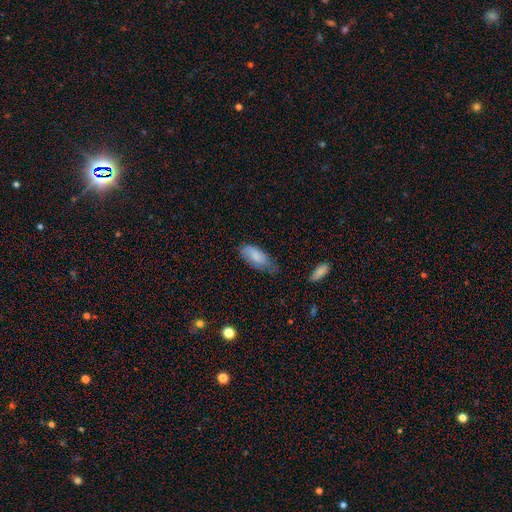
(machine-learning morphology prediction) The model was most divided on "merging": none: 45%, minor disturbance: 41%, major disturbance: 11%, merger: 3%. More confident: how rounded — in between (88%); smooth or featured — smooth (79%).